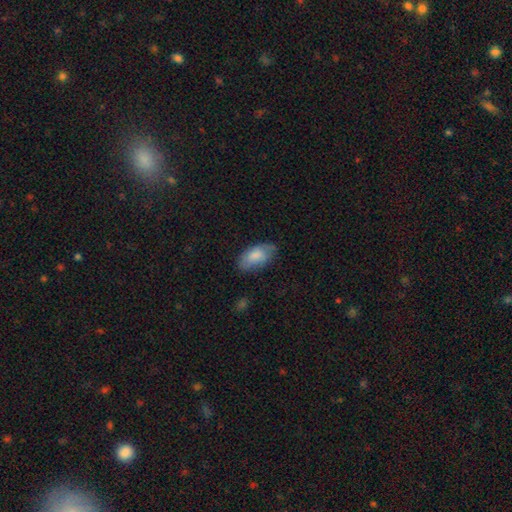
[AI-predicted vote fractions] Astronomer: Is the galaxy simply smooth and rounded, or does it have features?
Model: smooth — 79%.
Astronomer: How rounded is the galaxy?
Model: in between — 94%.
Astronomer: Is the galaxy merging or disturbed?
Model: none — 71%.